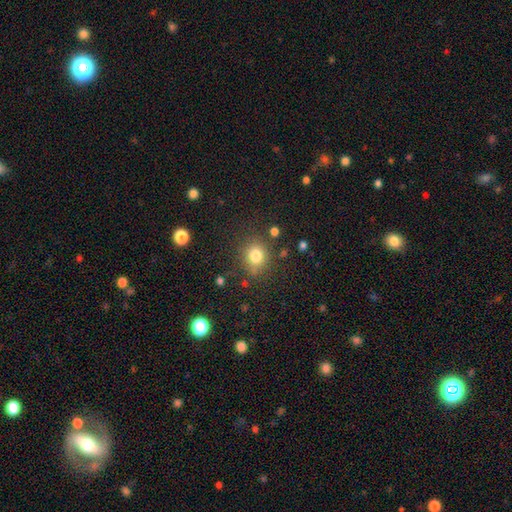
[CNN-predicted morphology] Smooth or featured? smooth (80%)
How rounded? round (78%)
Merging? none (80%)